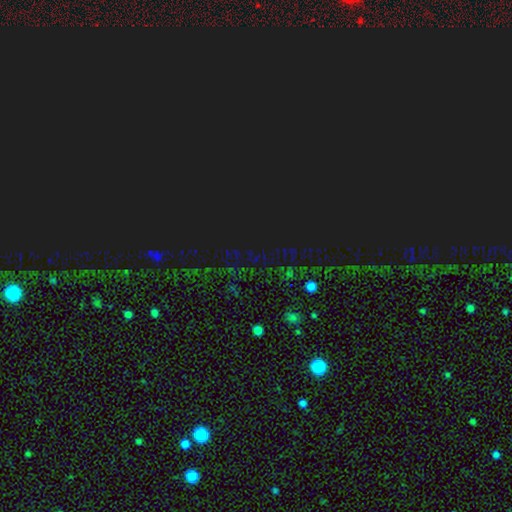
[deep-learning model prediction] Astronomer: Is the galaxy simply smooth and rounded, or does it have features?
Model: star or artifact — 79%.